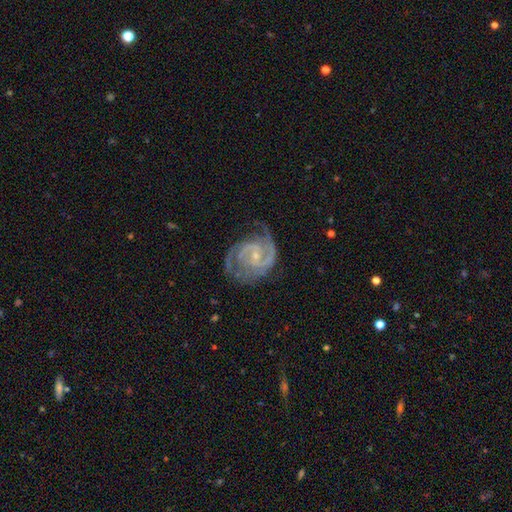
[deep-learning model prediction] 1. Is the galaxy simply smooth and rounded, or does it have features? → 91% featured or disk, 5% star or artifact, 5% smooth.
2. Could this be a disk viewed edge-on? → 98% no, 2% yes.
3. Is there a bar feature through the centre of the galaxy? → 46% no, 43% weak, 11% strong.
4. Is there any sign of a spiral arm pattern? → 98% yes, 2% no.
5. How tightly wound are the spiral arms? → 50% medium, 40% tight, 10% loose.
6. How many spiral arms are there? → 73% 2, 11% 3, 8% can't tell, 3% 1, 3% 4, 3% more than 4.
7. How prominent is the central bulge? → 72% small, 24% moderate, 3% none, 1% large, 1% dominant.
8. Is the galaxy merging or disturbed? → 65% none, 21% minor disturbance, 12% major disturbance, 2% merger.